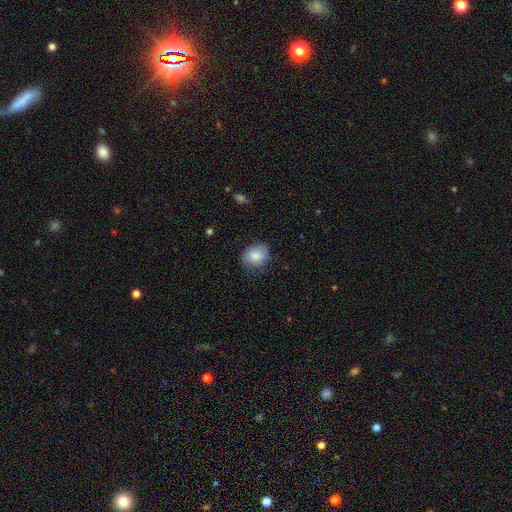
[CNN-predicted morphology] Q: Smooth or featured?
A: smooth (83%); runner-up: featured or disk (10%)
Q: How rounded?
A: round (57%); runner-up: in between (42%)
Q: Merging?
A: none (74%); runner-up: minor disturbance (20%)